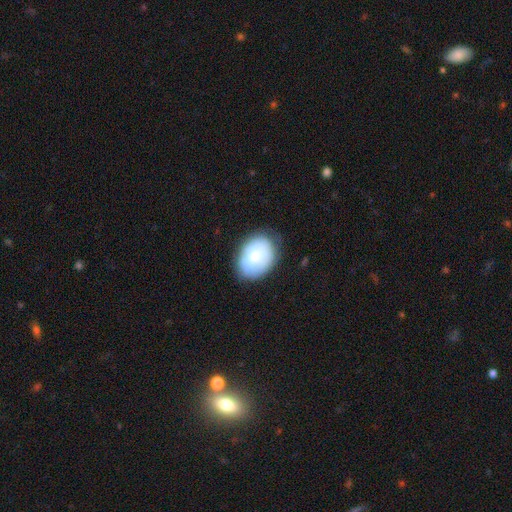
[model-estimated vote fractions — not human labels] Smooth or featured?
  - smooth: 60% *
  - featured or disk: 34%
  - star or artifact: 7%
How rounded?
  - in between: 64% *
  - round: 35%
  - cigar-shaped: 1%
Merging?
  - none: 68% *
  - minor disturbance: 23%
  - major disturbance: 6%
  - merger: 2%